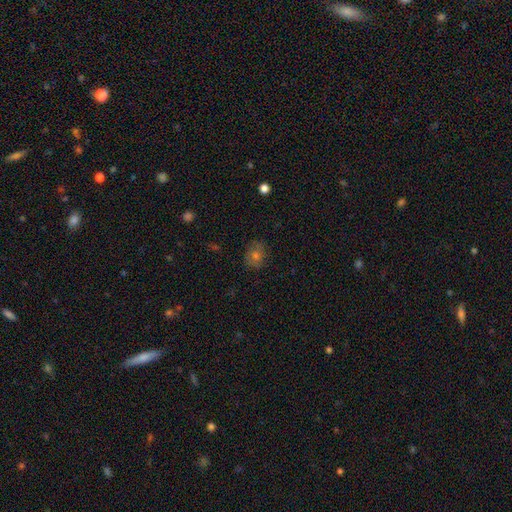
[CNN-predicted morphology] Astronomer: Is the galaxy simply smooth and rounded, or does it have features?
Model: smooth — 55%.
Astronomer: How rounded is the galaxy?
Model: round — 62%.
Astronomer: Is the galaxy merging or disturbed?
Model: none — 80%.